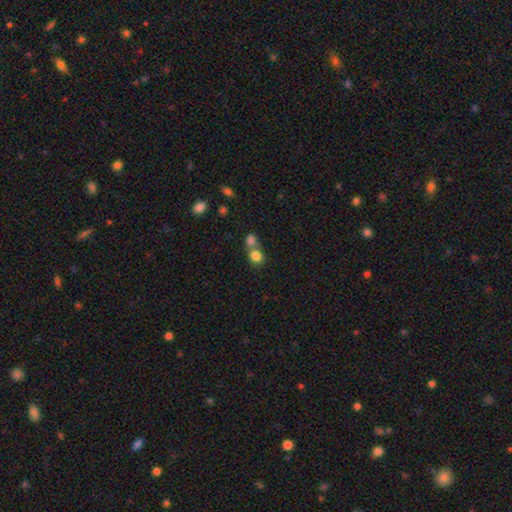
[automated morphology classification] Smooth or featured: smooth — 81% (star or artifact — 11%)
How rounded: round — 76% (in between — 23%)
Merging: merger — 52% (none — 38%)